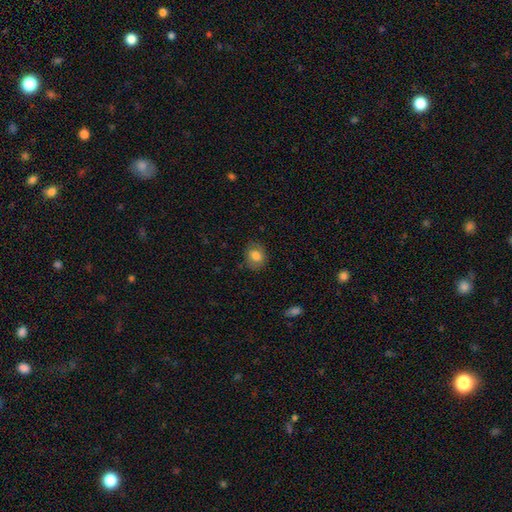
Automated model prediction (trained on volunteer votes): A smooth galaxy with no disk features (79%) that is round (56%).

Vote fractions:
- Smooth or featured? smooth: 79% / featured or disk: 12% / star or artifact: 9%
- How rounded? round: 56% / in between: 43% / cigar-shaped: 1%
- Merging? none: 80% / minor disturbance: 15% / major disturbance: 4% / merger: 1%